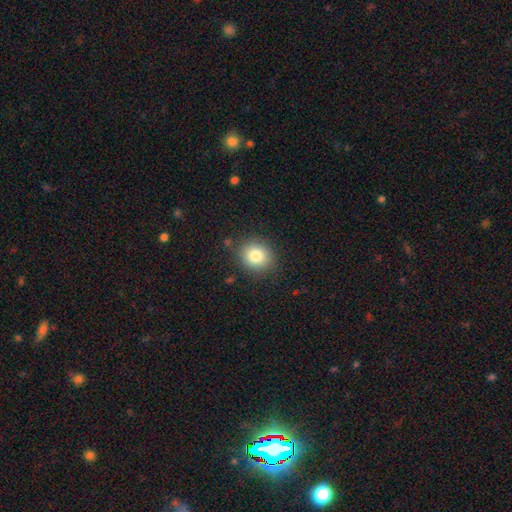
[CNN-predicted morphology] A smooth galaxy with no disk features (82%) that is round (75%). Merging: none (84%).